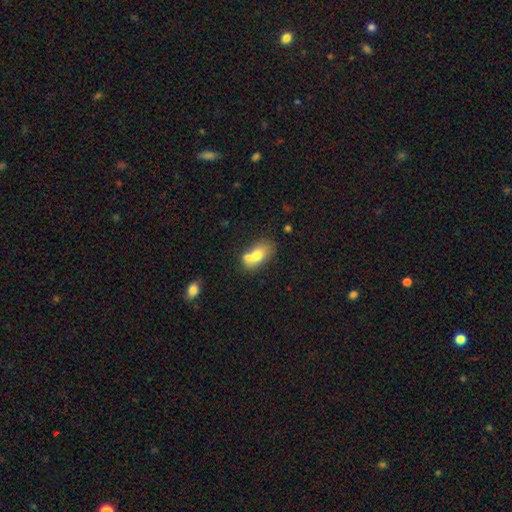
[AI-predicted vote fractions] A smooth galaxy with no disk features (70%) that is in between round and cigar-shaped (83%). Merging: merger (43%).